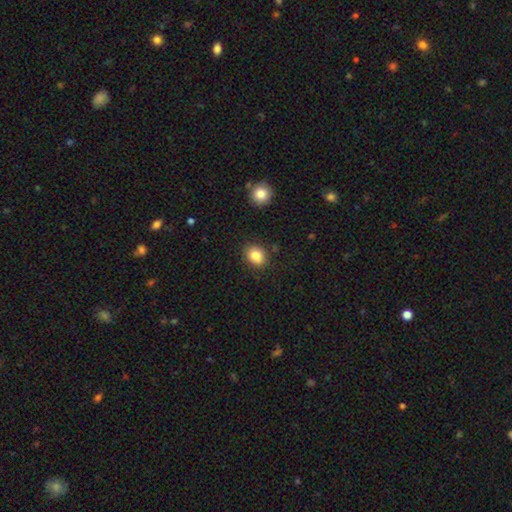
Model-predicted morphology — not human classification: A smooth galaxy with no disk features (85%) that is round (55%). Merging: none (83%).